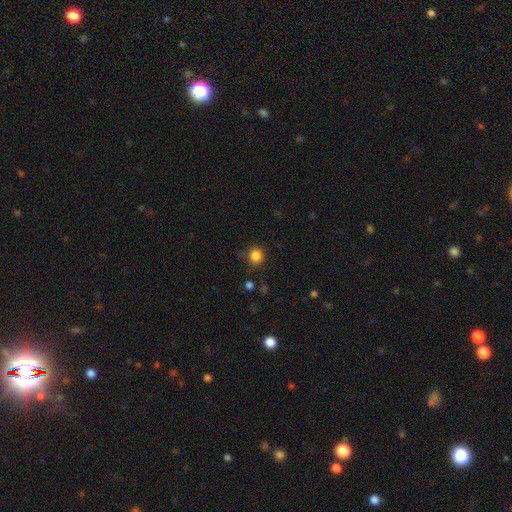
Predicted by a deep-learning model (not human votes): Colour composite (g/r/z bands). It shows a smooth galaxy with no disk features (84%) that is round (93%). Merging: none (84%).